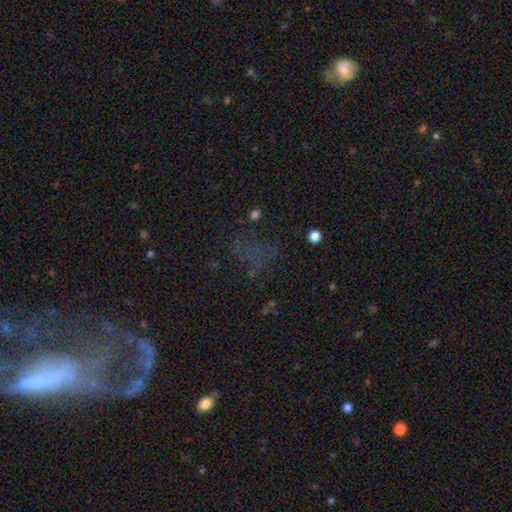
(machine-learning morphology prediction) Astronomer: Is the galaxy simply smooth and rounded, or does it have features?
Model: star or artifact — 39% (runner-up: featured or disk, 38%).